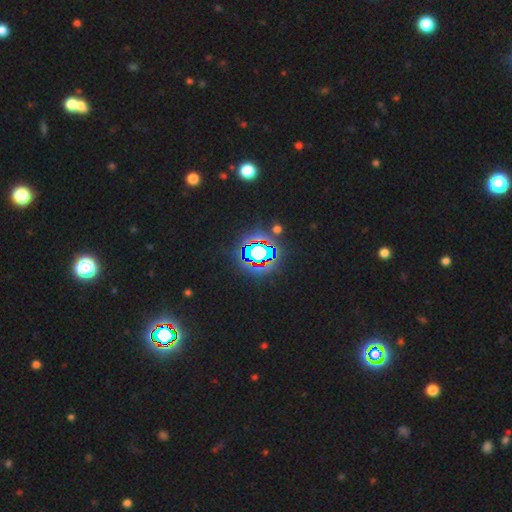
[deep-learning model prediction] Overall: star or artifact (75%).